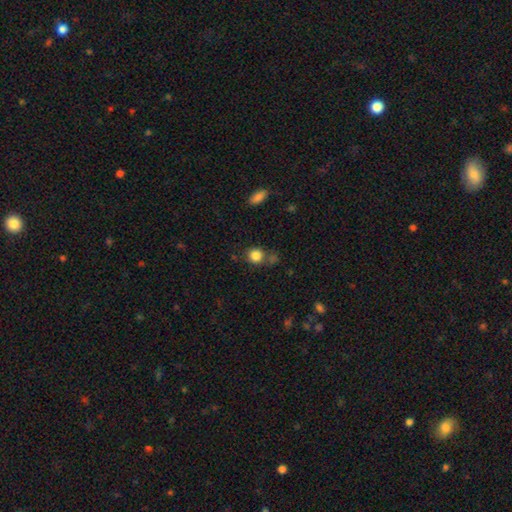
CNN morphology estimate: The model was most divided on "merging": none: 71%, minor disturbance: 12%, merger: 12%, major disturbance: 4%. More confident: how rounded — round (85%); smooth or featured — smooth (85%).